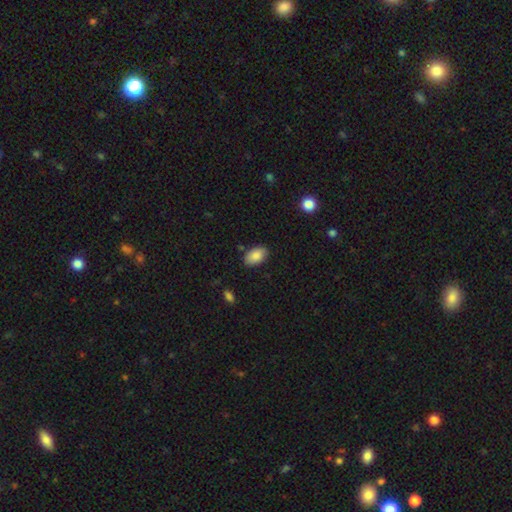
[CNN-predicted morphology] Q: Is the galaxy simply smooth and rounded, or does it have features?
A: smooth — 87%.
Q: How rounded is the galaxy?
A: in between — 93%.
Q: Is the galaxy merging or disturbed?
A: none — 85%.